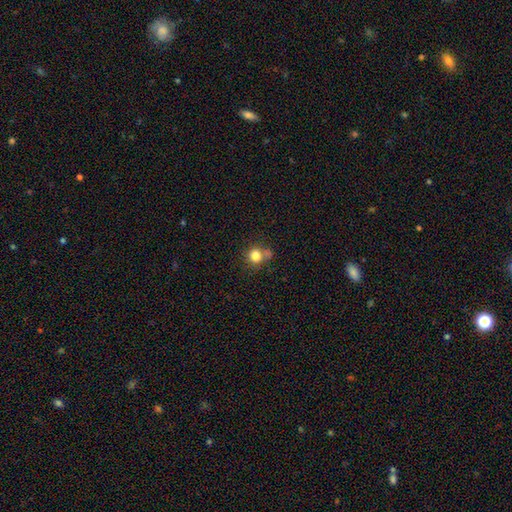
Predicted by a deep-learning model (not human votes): smooth-or-featured: smooth: 81% | star or artifact: 12% | featured or disk: 7%
  how-rounded: round: 87% | in between: 12% | cigar-shaped: 1%
  merging: none: 62% | merger: 16% | minor disturbance: 16% | major disturbance: 6%